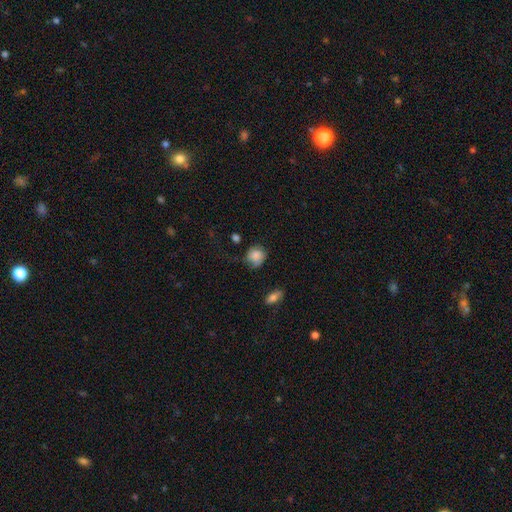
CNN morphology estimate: This is likely a smooth galaxy (77%). How rounded: likely round (70%). Merging: possibly none (50%).